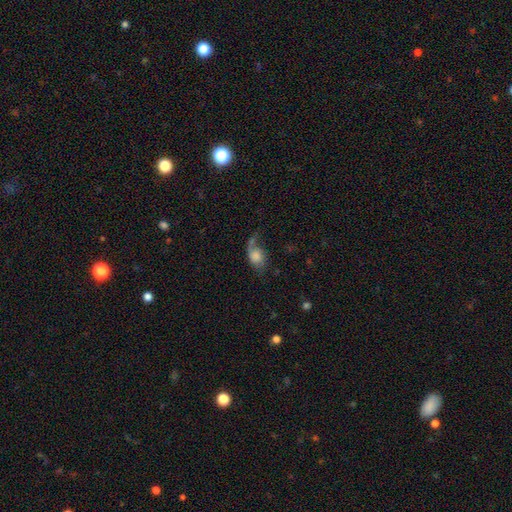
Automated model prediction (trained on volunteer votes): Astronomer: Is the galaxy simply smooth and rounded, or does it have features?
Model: smooth — 50% (runner-up: featured or disk, 40%).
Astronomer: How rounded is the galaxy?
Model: in between — 74%.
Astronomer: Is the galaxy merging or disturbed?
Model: major disturbance — 35% (runner-up: none, 34%).